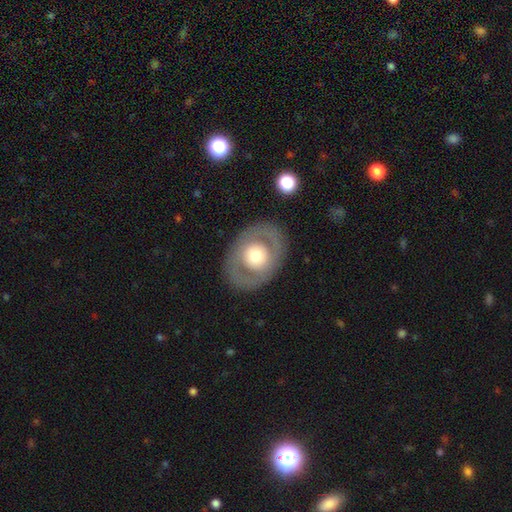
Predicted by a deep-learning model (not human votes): Smooth or featured?
  - featured or disk: 54% *
  - smooth: 40%
  - star or artifact: 5%
Edge-on disk?
  - no: 93% *
  - yes: 7%
Bar?
  - no: 84% *
  - weak: 12%
  - strong: 4%
Spiral arms?
  - no: 82% *
  - yes: 18%
Bulge size?
  - moderate: 58% *
  - large: 32%
  - small: 6%
  - dominant: 3%
  - none: 1%
Merging?
  - none: 84% *
  - minor disturbance: 10%
  - major disturbance: 6%
  - merger: 1%